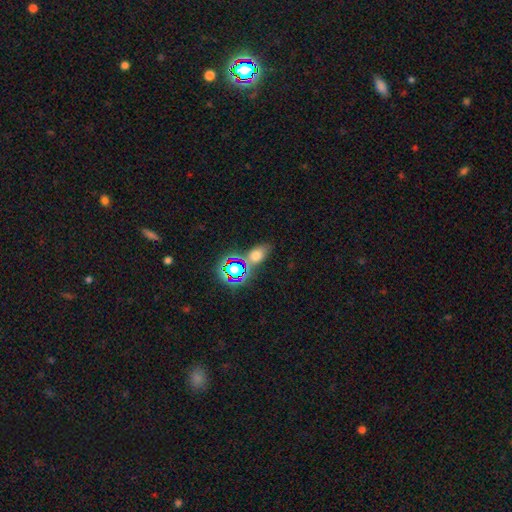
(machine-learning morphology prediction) smooth 61%, star or artifact 27%, featured or disk 12%. Down the decision tree: how rounded — in between (77%); merging — none (67%).